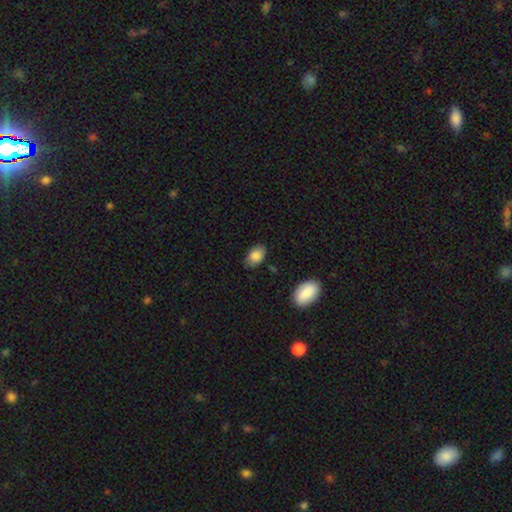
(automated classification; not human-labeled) smooth 85%, featured or disk 8%, star or artifact 7%. Down the decision tree: how rounded — in between (91%); merging — none (80%).